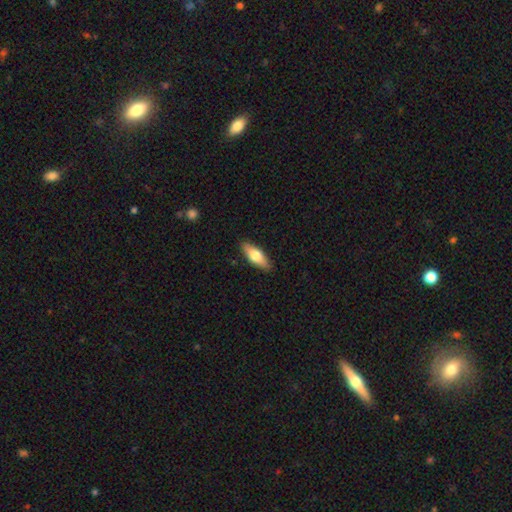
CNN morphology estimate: A smooth galaxy with no disk features (65%) that is in between round and cigar-shaped (64%).

Vote fractions:
- Smooth or featured? smooth: 65% / featured or disk: 30% / star or artifact: 5%
- How rounded? in between: 64% / cigar-shaped: 33% / round: 2%
- Merging? none: 89% / minor disturbance: 8% / major disturbance: 2% / merger: 1%